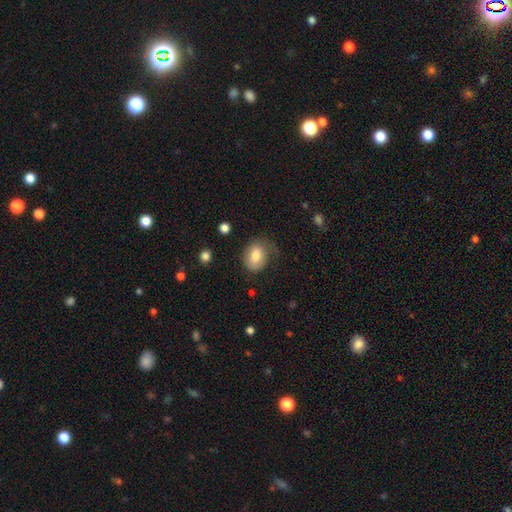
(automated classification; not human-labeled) Smooth or featured? Predicted: smooth (p=0.76). How rounded? Predicted: in between (p=0.63). Merging? Predicted: none (p=0.54).